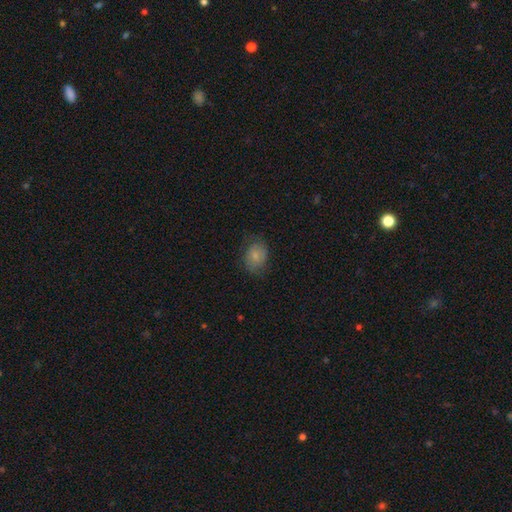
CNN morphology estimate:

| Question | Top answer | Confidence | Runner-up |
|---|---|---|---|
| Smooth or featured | smooth | 75% | featured or disk (17%) |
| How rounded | in between | 56% | round (43%) |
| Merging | none | 69% | minor disturbance (22%) |